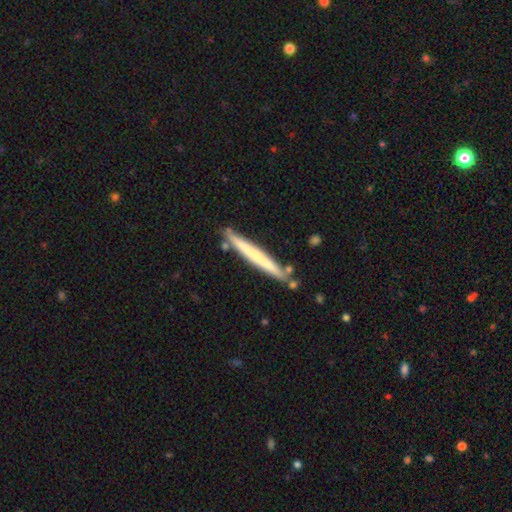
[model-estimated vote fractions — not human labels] This appears to be a smooth galaxy with no disk features (55%) that is cigar-shaped (97%). Merging: none (84%).